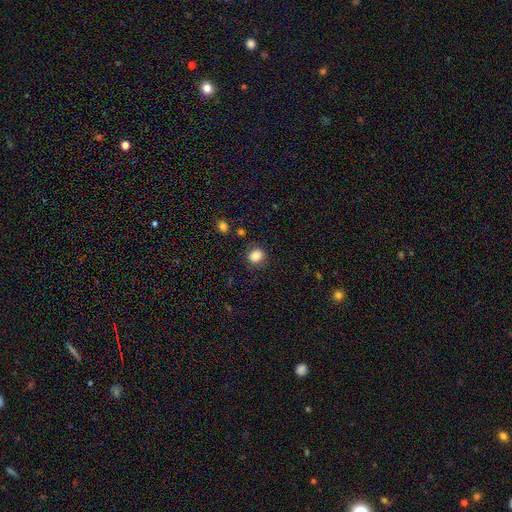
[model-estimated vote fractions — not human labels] The model was most divided on "how rounded": round: 73%, in between: 26%, cigar-shaped: 1%. More confident: smooth or featured — smooth (84%); merging — none (84%).